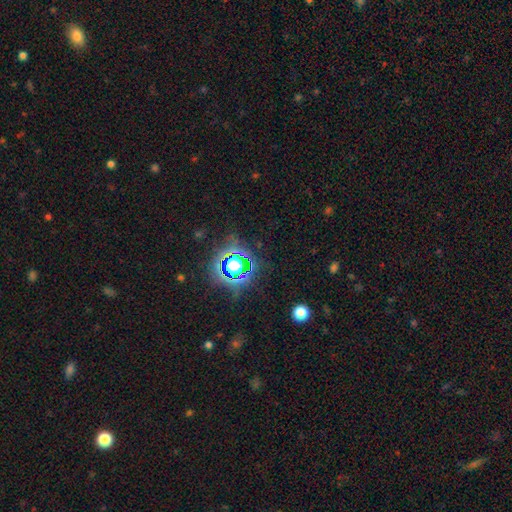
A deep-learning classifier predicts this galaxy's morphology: A star or artifact, not a galaxy (81%).